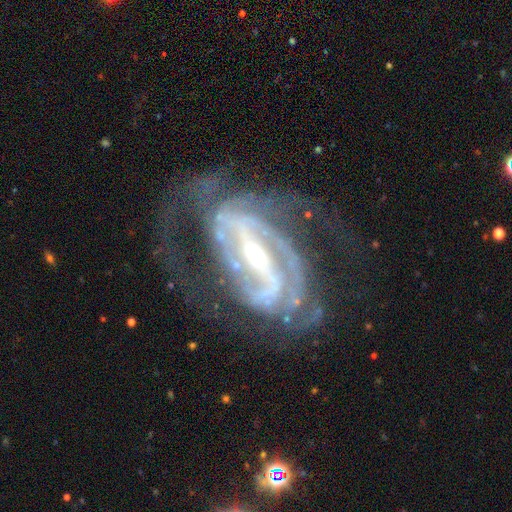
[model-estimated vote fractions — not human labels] Q: Smooth or featured?
A: featured or disk (93%); runner-up: star or artifact (5%)
Q: Edge-on disk?
A: no (96%); runner-up: yes (4%)
Q: Bar?
A: strong (71%); runner-up: weak (21%)
Q: Spiral arms?
A: yes (97%); runner-up: no (3%)
Q: Spiral winding?
A: tight (49%); runner-up: medium (40%)
Q: Spiral arm count?
A: 2 (50%); runner-up: 3 (17%)
Q: Bulge size?
A: small (64%); runner-up: moderate (32%)
Q: Merging?
A: none (60%); runner-up: major disturbance (19%)